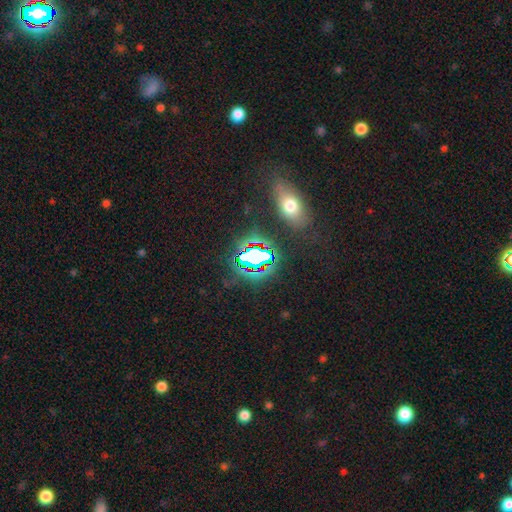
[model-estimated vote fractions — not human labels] This appears to be a star or artifact, not a galaxy (67%).